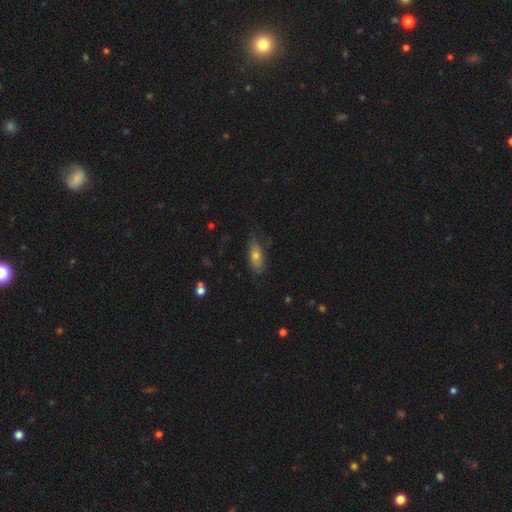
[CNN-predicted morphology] Smooth or featured? smooth (66%)
How rounded? in between (73%)
Merging? none (70%)